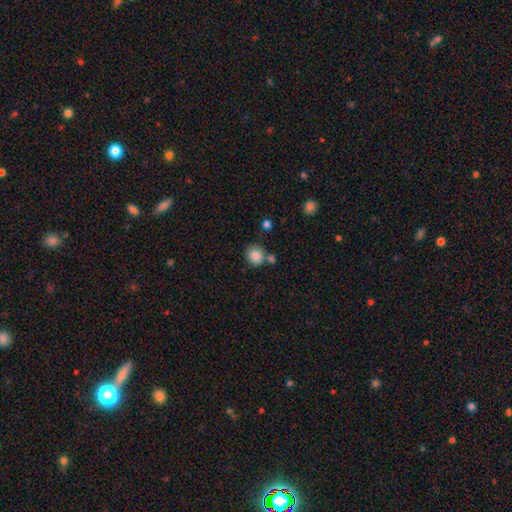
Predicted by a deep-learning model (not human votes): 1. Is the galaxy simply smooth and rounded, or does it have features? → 84% smooth, 10% star or artifact, 7% featured or disk.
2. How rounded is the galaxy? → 83% round, 16% in between, 1% cigar-shaped.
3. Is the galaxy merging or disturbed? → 69% none, 16% merger, 12% minor disturbance, 3% major disturbance.